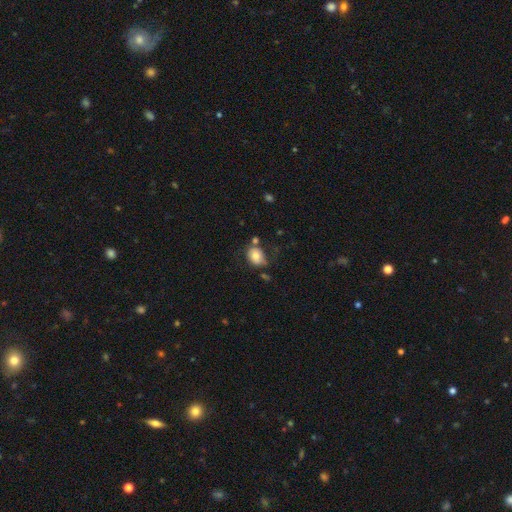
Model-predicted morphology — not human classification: This appears to be a smooth galaxy with no disk features (73%) that is in between round and cigar-shaped (59%). Merging: none (57%).